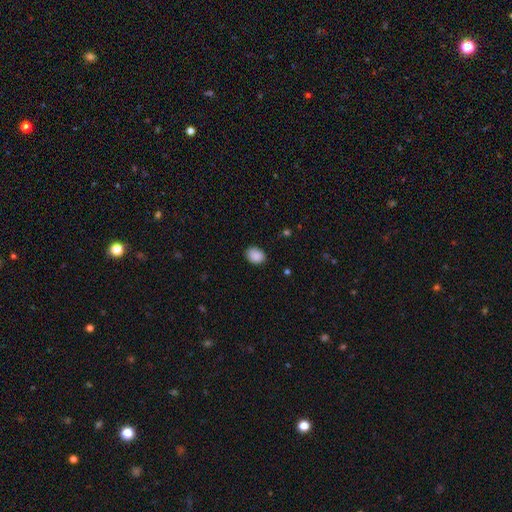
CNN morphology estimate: smooth-or-featured: smooth: 89% | star or artifact: 8% | featured or disk: 3%
  how-rounded: in between: 59% | round: 40% | cigar-shaped: 1%
  merging: none: 83% | minor disturbance: 13% | major disturbance: 3% | merger: 1%